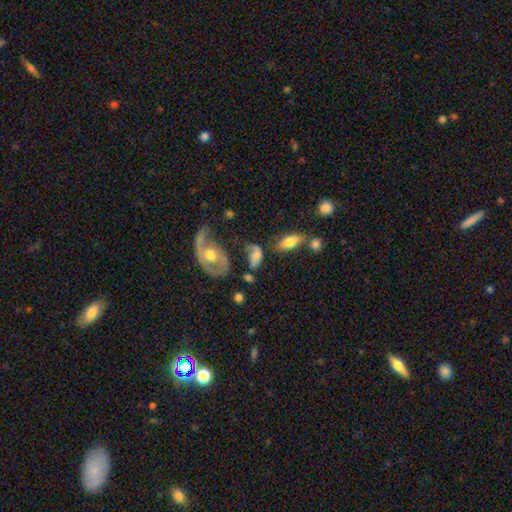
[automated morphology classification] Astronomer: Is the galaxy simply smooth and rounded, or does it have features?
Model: smooth — 49% (runner-up: featured or disk, 40%).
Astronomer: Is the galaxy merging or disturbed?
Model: none — 34% (runner-up: major disturbance, 24%).